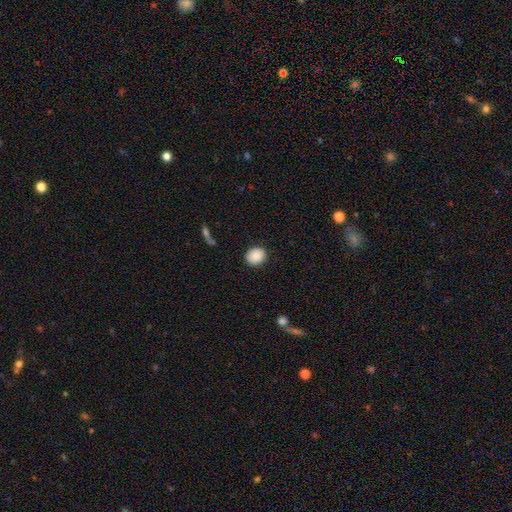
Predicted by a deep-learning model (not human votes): Smooth or featured? Predicted: smooth (p=0.88). How rounded? Predicted: round (p=0.76). Merging? Predicted: none (p=0.89).